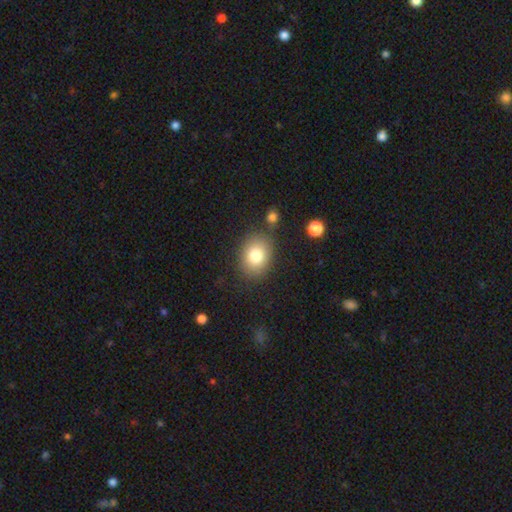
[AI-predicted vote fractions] A smooth galaxy with no disk features (81%) that is in between round and cigar-shaped (55%). Merging: none (81%).